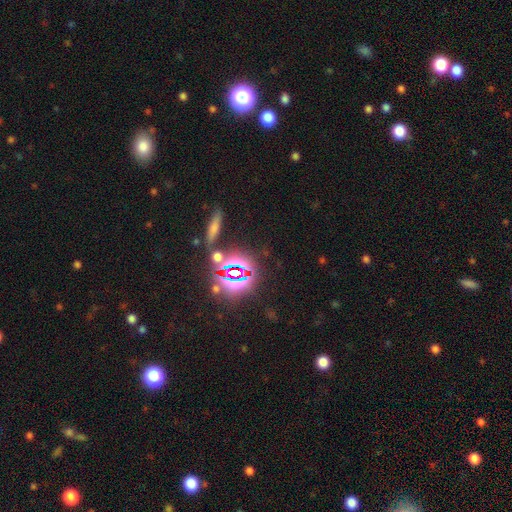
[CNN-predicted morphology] smooth_or_featured: star or artifact (p=0.80) [alt: smooth p=0.11]